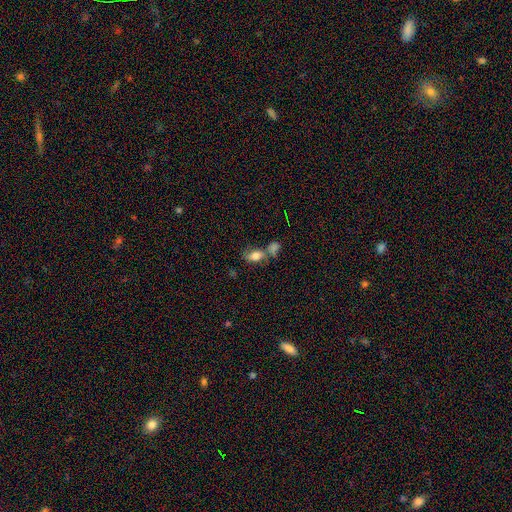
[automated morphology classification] Smooth or featured? smooth (67%)
How rounded? in between (83%)
Merging? merger (42%)